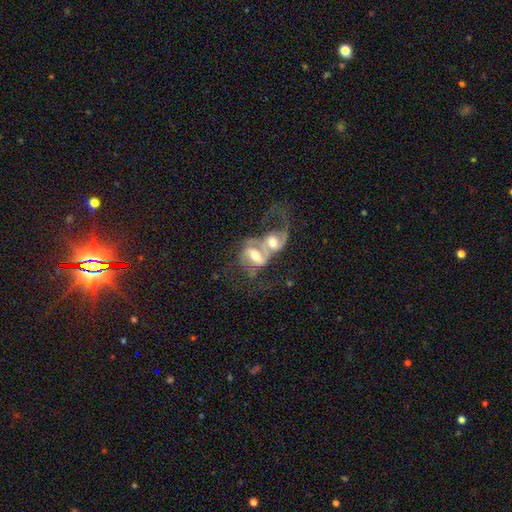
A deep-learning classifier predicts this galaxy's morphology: Smooth or featured: featured or disk — 76% (smooth — 18%)
Edge-on disk: no — 96% (yes — 4%)
Bar: weak — 41% (strong — 32%)
Spiral arms: yes — 86% (no — 14%)
Spiral winding: loose — 41% (medium — 40%)
Spiral arm count: 2 — 69% (can't tell — 14%)
Bulge size: moderate — 64% (small — 17%)
Merging: merger — 80% (major disturbance — 9%)